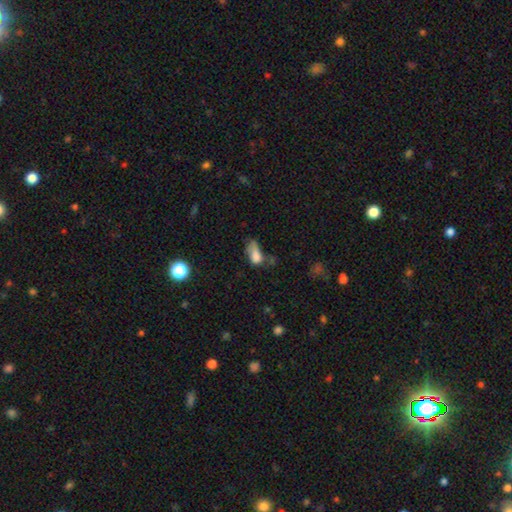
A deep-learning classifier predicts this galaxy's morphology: smooth-or-featured: smooth: 72% | featured or disk: 15% | star or artifact: 13%
  how-rounded: in between: 85% | round: 9% | cigar-shaped: 7%
  merging: major disturbance: 37% | minor disturbance: 28% | none: 22% | merger: 13%